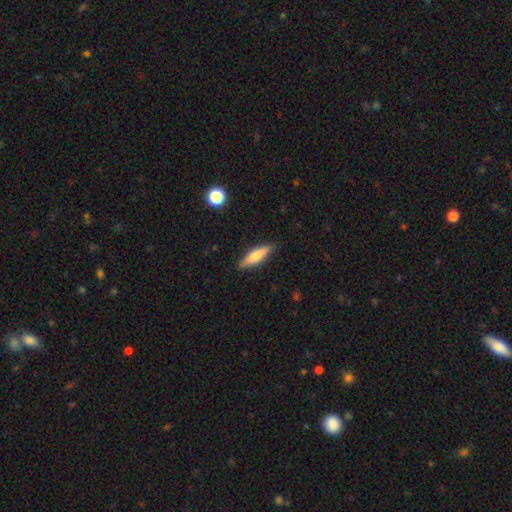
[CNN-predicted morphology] A smooth galaxy with no disk features (65%) that is cigar-shaped (70%).

Vote fractions:
- Smooth or featured? smooth: 65% / featured or disk: 29% / star or artifact: 6%
- How rounded? cigar-shaped: 70% / in between: 28% / round: 2%
- Merging? none: 87% / minor disturbance: 9% / major disturbance: 2% / merger: 1%